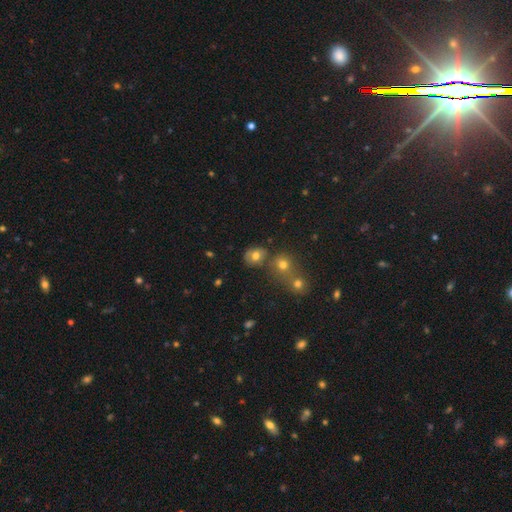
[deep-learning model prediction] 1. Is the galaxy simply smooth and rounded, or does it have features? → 71% smooth, 15% featured or disk, 14% star or artifact.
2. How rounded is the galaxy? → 58% round, 40% in between, 1% cigar-shaped.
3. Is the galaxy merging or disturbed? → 60% none, 21% merger, 14% minor disturbance, 5% major disturbance.